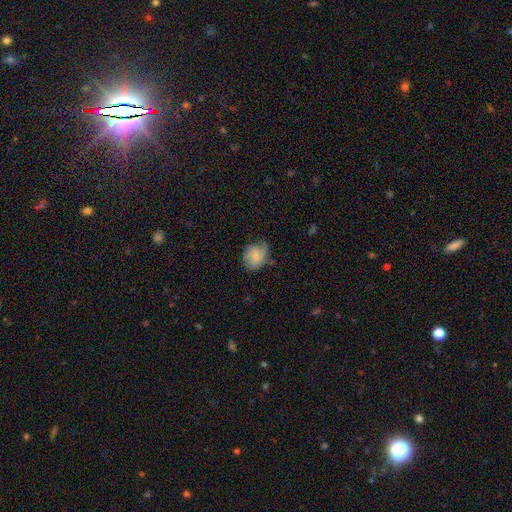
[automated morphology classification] The model was most divided on "how rounded": round: 52%, in between: 47%, cigar-shaped: 1%. More confident: smooth or featured — smooth (69%); merging — none (53%).